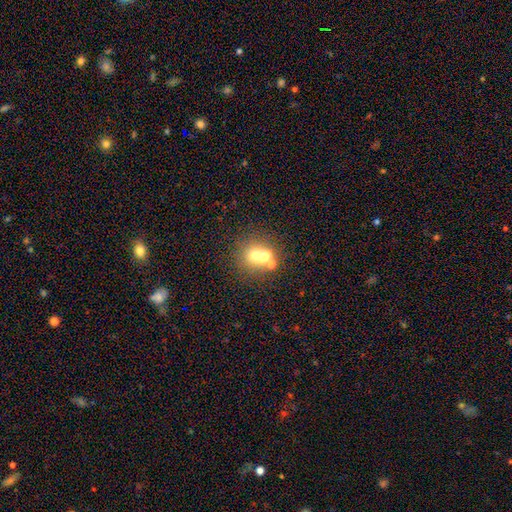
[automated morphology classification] This is possibly a smooth galaxy (59%). How rounded: clearly round (87%). Merging: possibly none (52%).